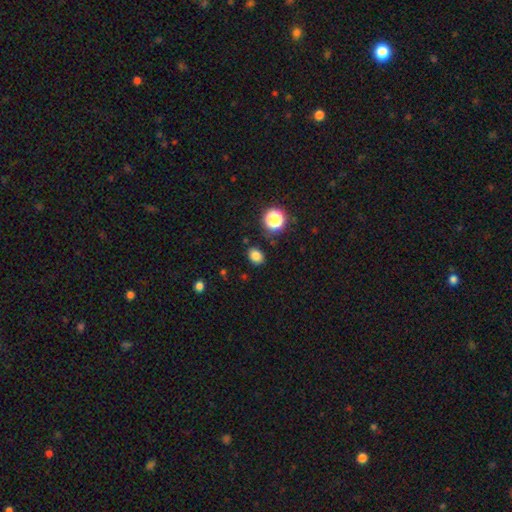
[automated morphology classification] This is clearly a smooth galaxy (81%). How rounded: possibly in between (58%). Merging: clearly none (83%).